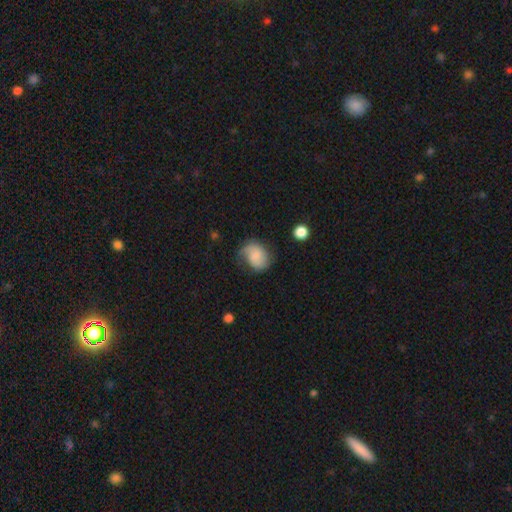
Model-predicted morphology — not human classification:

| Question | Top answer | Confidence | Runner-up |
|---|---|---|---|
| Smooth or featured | smooth | 48% | featured or disk (43%) |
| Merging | none | 53% | minor disturbance (28%) |